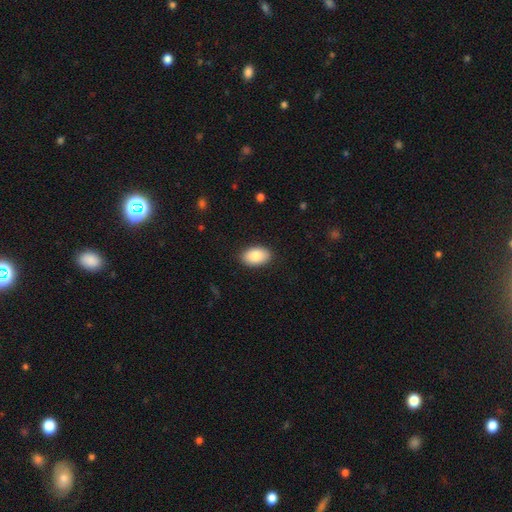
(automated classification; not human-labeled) Smooth or featured?
  - smooth: 86% *
  - featured or disk: 7%
  - star or artifact: 6%
How rounded?
  - in between: 93% *
  - round: 6%
  - cigar-shaped: 1%
Merging?
  - none: 88% *
  - minor disturbance: 9%
  - major disturbance: 2%
  - merger: 1%